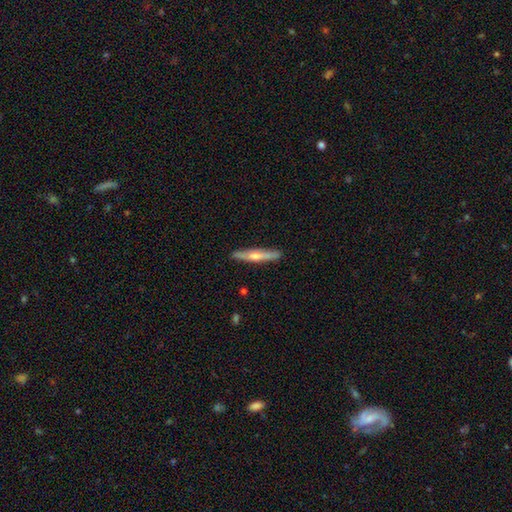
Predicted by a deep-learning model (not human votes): smooth_or_featured: featured or disk (p=0.53) [alt: smooth p=0.41]
disk_edge_on: yes (p=0.94) [alt: no p=0.06]
merging: none (p=0.89) [alt: minor disturbance p=0.08]